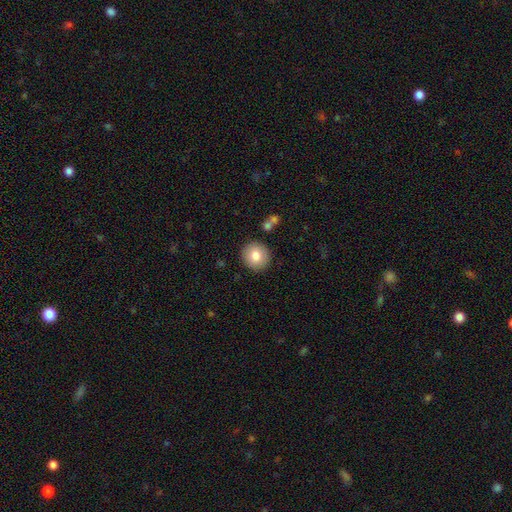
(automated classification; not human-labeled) Smooth or featured? Predicted: smooth (p=0.81). How rounded? Predicted: round (p=0.90). Merging? Predicted: none (p=0.88).